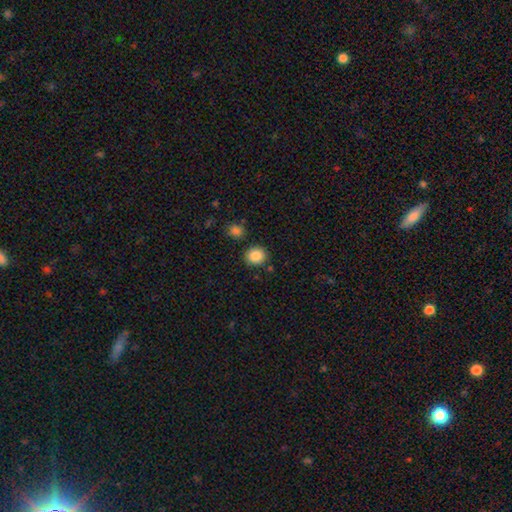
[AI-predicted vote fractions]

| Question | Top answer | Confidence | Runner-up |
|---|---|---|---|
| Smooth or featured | smooth | 87% | star or artifact (9%) |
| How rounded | round | 83% | in between (16%) |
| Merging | none | 85% | minor disturbance (8%) |